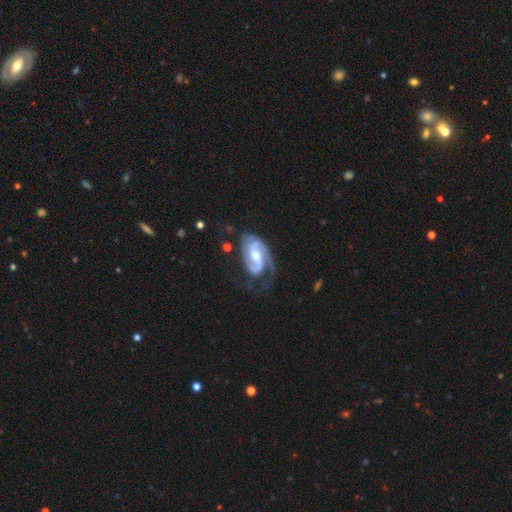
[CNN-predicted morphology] The model was most divided on "bar": weak: 43%, no: 40%, strong: 16%. Remaining: spiral arms — yes (97%); edge-on disk — no (97%); smooth or featured — featured or disk (87%); spiral arm count — 2 (73%); bulge size — moderate (57%); merging — none (55%); spiral winding — medium (47%).